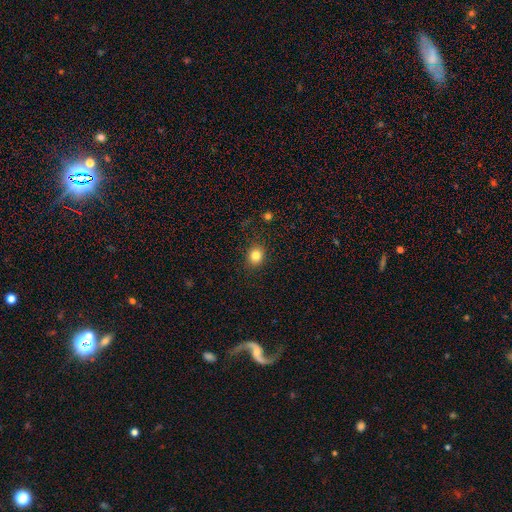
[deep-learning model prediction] Smooth or featured: smooth — 83% (star or artifact — 12%)
How rounded: round — 72% (in between — 28%)
Merging: none — 88% (minor disturbance — 8%)